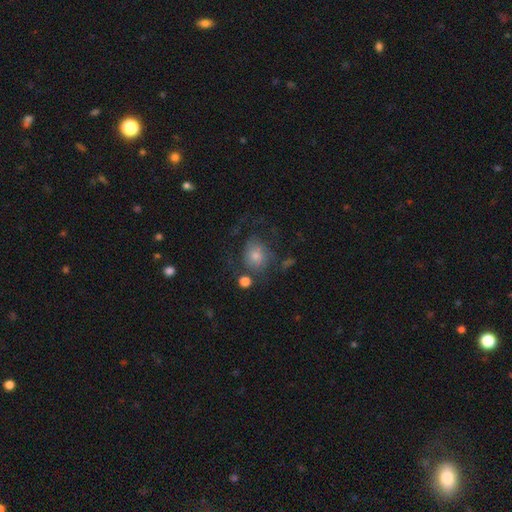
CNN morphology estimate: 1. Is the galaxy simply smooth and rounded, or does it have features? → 45% smooth, 40% featured or disk, 15% star or artifact.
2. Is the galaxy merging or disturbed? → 51% none, 25% major disturbance, 19% minor disturbance, 5% merger.